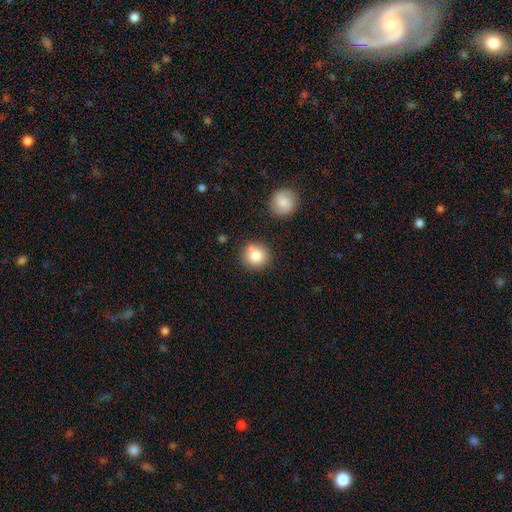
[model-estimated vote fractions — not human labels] Smooth or featured?
  - smooth: 83% *
  - star or artifact: 9%
  - featured or disk: 8%
How rounded?
  - round: 91% *
  - in between: 8%
  - cigar-shaped: 1%
Merging?
  - none: 79% *
  - minor disturbance: 12%
  - merger: 6%
  - major disturbance: 3%